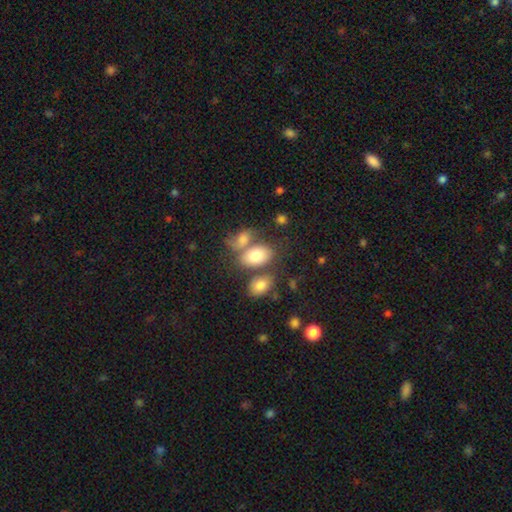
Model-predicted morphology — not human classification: type=smooth (77%); roundness=in between (87%); merging=none (40%).